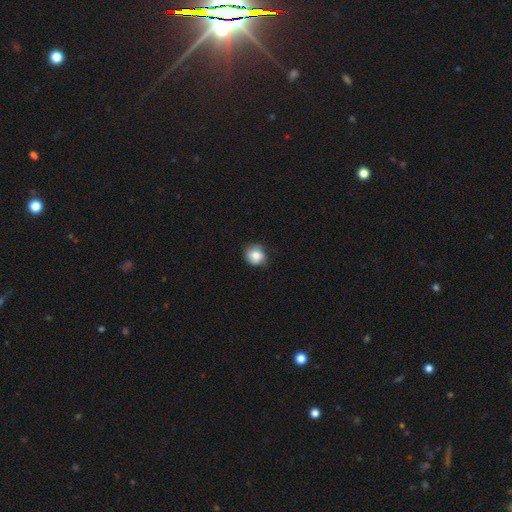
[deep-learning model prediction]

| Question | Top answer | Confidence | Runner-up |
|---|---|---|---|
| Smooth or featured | smooth | 82% | star or artifact (9%) |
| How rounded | round | 83% | in between (16%) |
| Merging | none | 71% | minor disturbance (24%) |